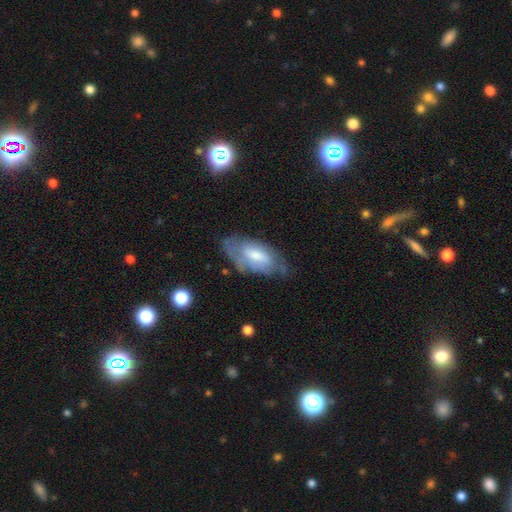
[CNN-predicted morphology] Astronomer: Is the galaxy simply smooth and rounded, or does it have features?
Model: featured or disk — 47%, tied with smooth at 47%.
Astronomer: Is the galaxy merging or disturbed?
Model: none — 51% (runner-up: minor disturbance, 31%).